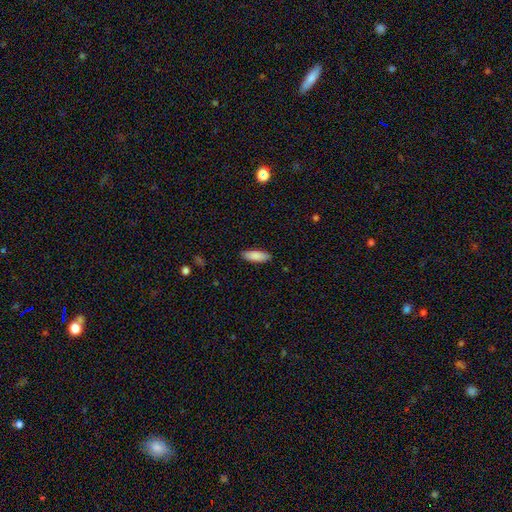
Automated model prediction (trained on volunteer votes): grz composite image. It shows a smooth galaxy with no disk features (88%) that is in between round and cigar-shaped (64%). Merging: none (89%).